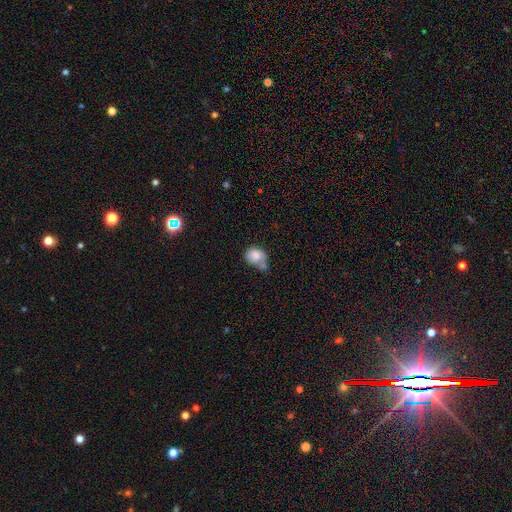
This appears to be a smooth galaxy with no disk features (84%) that is round (74%). Merging: merger (35%).